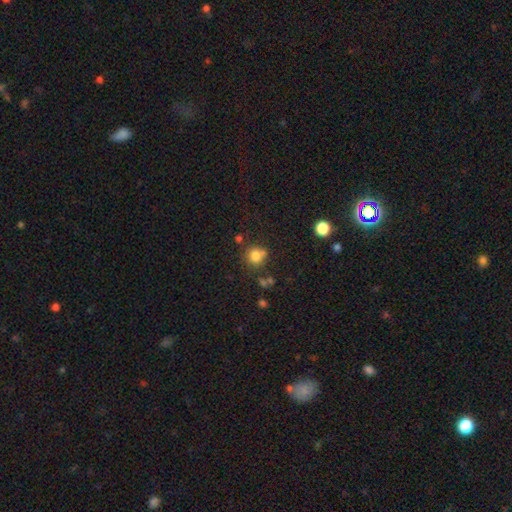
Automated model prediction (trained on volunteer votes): Smooth or featured? smooth (79%)
How rounded? round (84%)
Merging? none (62%)